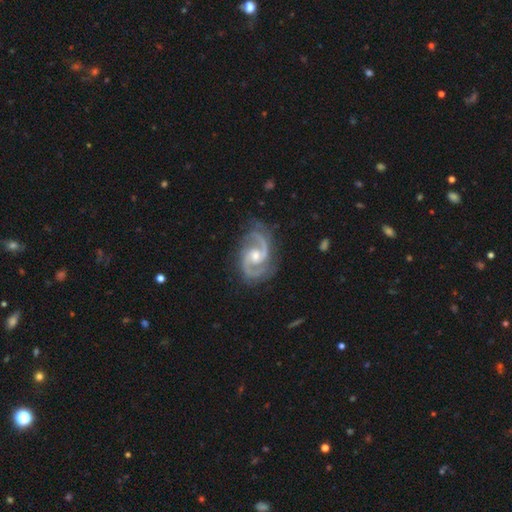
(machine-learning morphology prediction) Q: Smooth or featured?
A: featured or disk (93%); runner-up: star or artifact (4%)
Q: Edge-on disk?
A: no (98%); runner-up: yes (2%)
Q: Bar?
A: no (49%); runner-up: weak (41%)
Q: Spiral arms?
A: yes (99%); runner-up: no (1%)
Q: Spiral winding?
A: medium (61%); runner-up: tight (26%)
Q: Spiral arm count?
A: 2 (93%); runner-up: 3 (2%)
Q: Bulge size?
A: moderate (66%); runner-up: small (27%)
Q: Merging?
A: none (78%); runner-up: minor disturbance (16%)